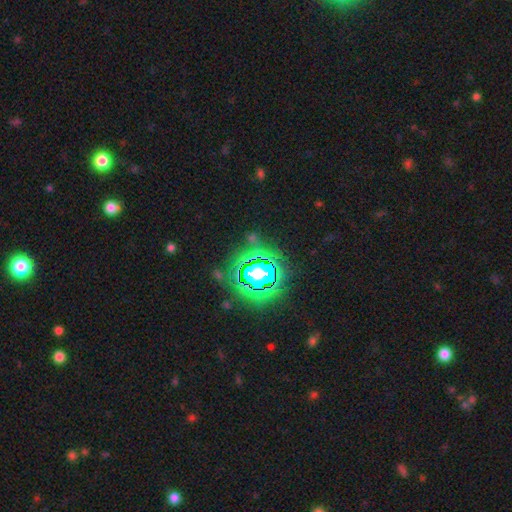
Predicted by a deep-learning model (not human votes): smooth_or_featured: star or artifact (p=0.81) [alt: smooth p=0.12]